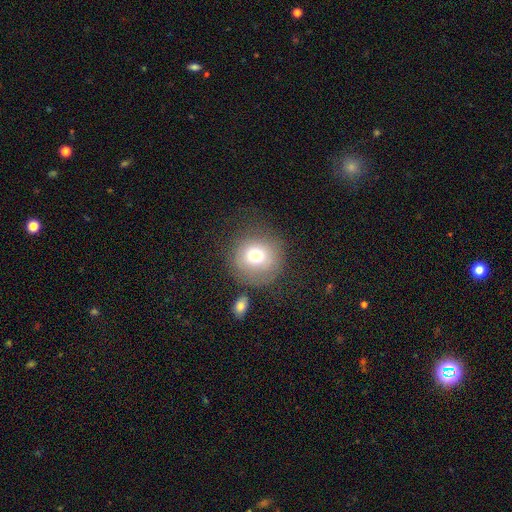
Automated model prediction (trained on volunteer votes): Smooth or featured? smooth (73%)
How rounded? round (91%)
Merging? none (67%)